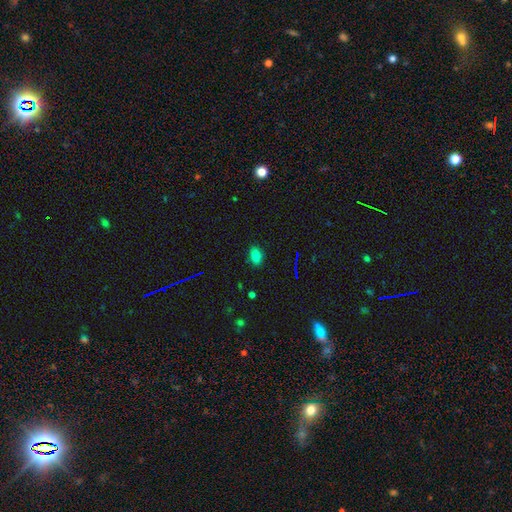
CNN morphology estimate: Smooth or featured? Predicted: smooth (p=0.79). How rounded? Predicted: in between (p=0.87). Merging? Predicted: none (p=0.85).